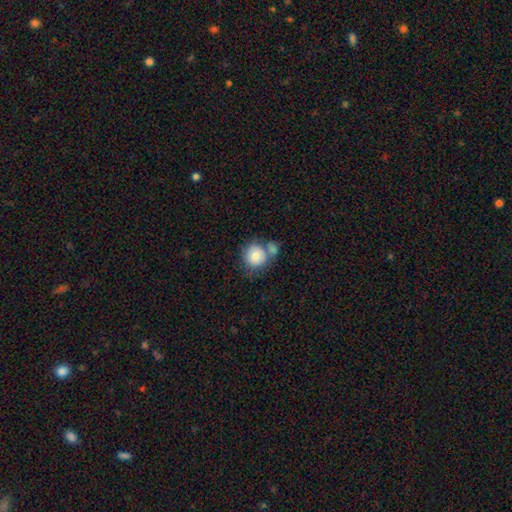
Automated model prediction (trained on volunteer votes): Smooth or featured: smooth — 77% (featured or disk — 15%)
How rounded: round — 88% (in between — 11%)
Merging: none — 47% (merger — 35%)